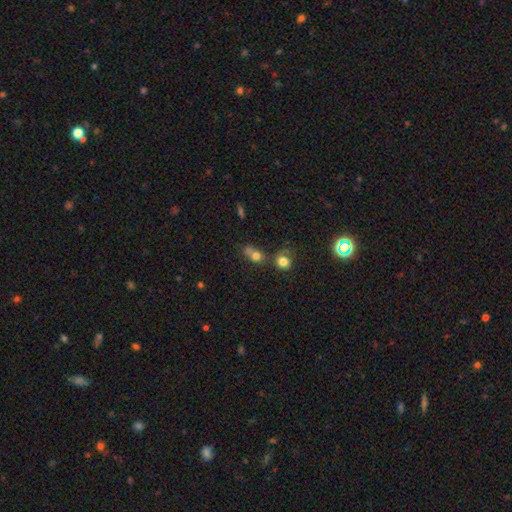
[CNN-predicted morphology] Smooth or featured? Predicted: smooth (p=0.74). How rounded? Predicted: round (p=0.63). Merging? Predicted: merger (p=0.44).